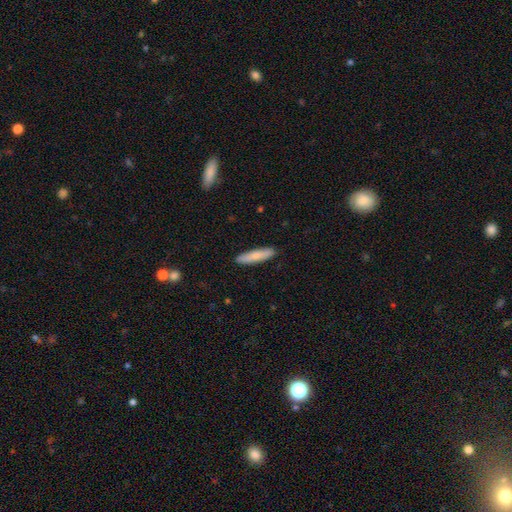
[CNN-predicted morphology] Smooth or featured? Predicted: smooth (p=0.80). How rounded? Predicted: cigar-shaped (p=0.84). Merging? Predicted: none (p=0.90).